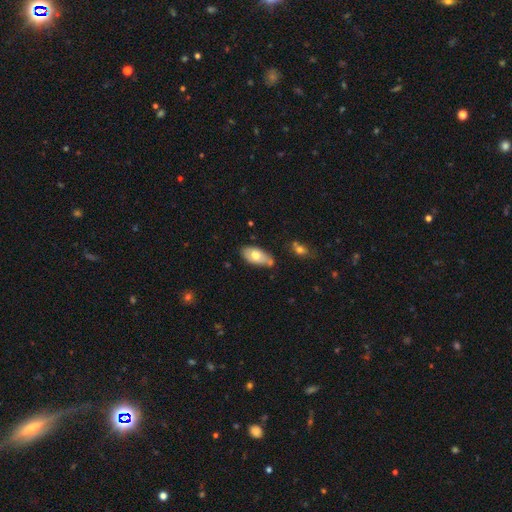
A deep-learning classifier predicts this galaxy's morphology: A smooth galaxy with no disk features (67%) that is in between round and cigar-shaped (92%).

Vote fractions:
- Smooth or featured? smooth: 67% / featured or disk: 26% / star or artifact: 7%
- How rounded? in between: 92% / cigar-shaped: 5% / round: 4%
- Merging? none: 59% / minor disturbance: 24% / merger: 12% / major disturbance: 5%